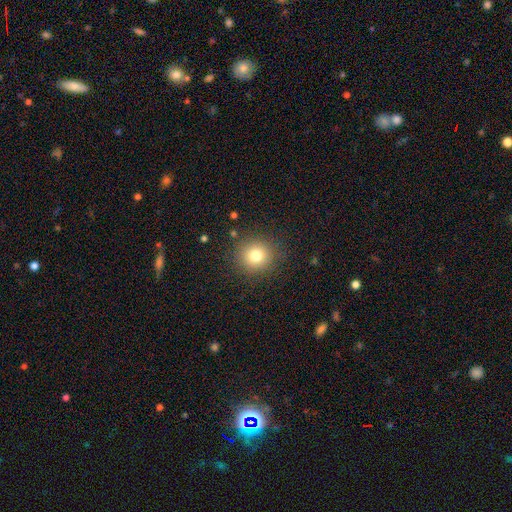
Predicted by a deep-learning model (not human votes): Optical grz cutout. It shows a smooth galaxy with no disk features (78%) that is round (90%). Merging: none (87%).